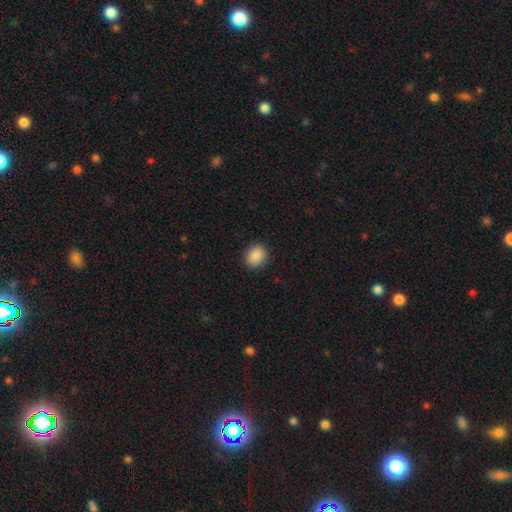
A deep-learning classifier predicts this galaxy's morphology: type=smooth (88%); roundness=round (59%); merging=none (90%).